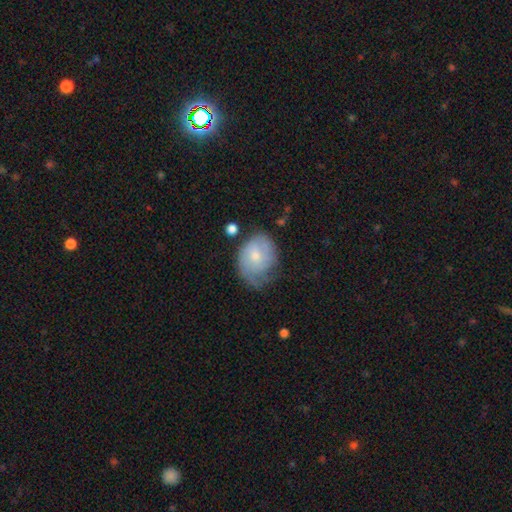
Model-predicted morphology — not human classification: A featured or disk galaxy (48%).

Vote fractions:
- Smooth or featured? featured or disk: 48% / smooth: 45% / star or artifact: 7%
- Merging? none: 42% / minor disturbance: 35% / major disturbance: 20% / merger: 3%